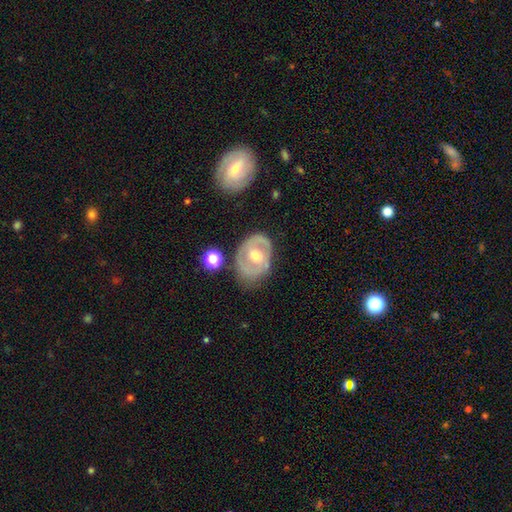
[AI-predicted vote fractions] Smooth or featured? Predicted: featured or disk (p=0.69). Edge-on disk? Predicted: no (p=0.95). Bar? Predicted: no (p=0.55). Spiral arms? Predicted: yes (p=0.53). Bulge size? Predicted: moderate (p=0.74). Merging? Predicted: none (p=0.69).